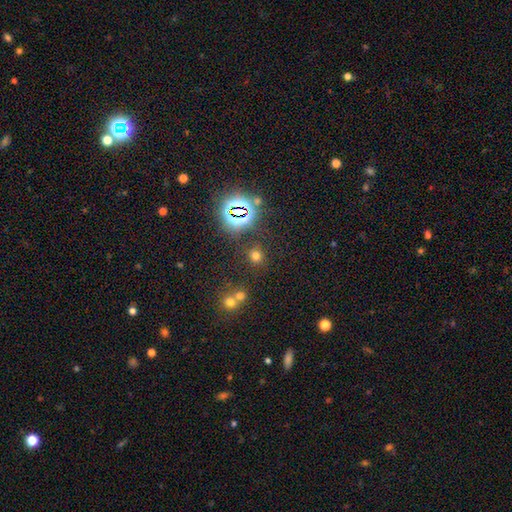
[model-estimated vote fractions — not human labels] Q: Smooth or featured?
A: smooth (62%); runner-up: star or artifact (31%)
Q: How rounded?
A: round (86%); runner-up: in between (13%)
Q: Merging?
A: none (81%); runner-up: merger (8%)